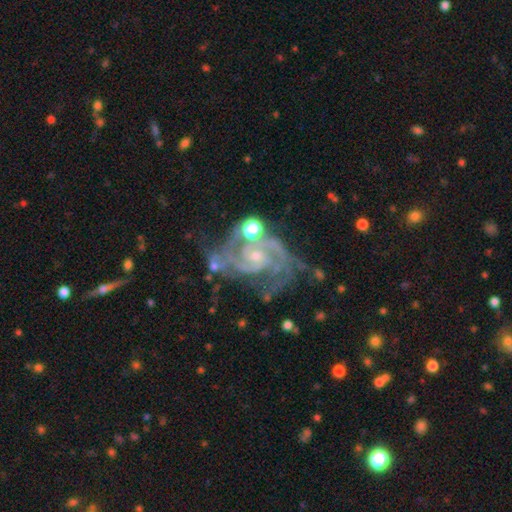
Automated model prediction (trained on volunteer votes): smooth_or_featured: featured or disk (p=0.90) [alt: star or artifact p=0.06]
disk_edge_on: no (p=0.98) [alt: yes p=0.02]
bar: no (p=0.62) [alt: weak p=0.31]
has_spiral_arms: yes (p=0.98) [alt: no p=0.02]
spiral_winding: medium (p=0.49) [alt: tight p=0.40]
spiral_arm_count: 2 (p=0.60) [alt: 3 p=0.17]
bulge_size: small (p=0.58) [alt: moderate p=0.35]
merging: none (p=0.46) [alt: minor disturbance p=0.23]